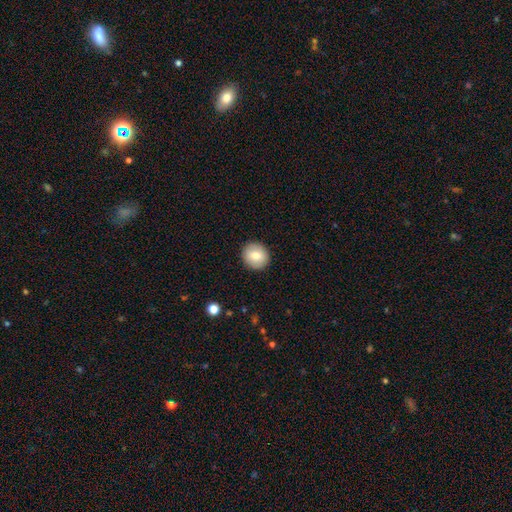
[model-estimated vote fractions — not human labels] Overall: smooth (79%). How rounded: round (88%). Merging: none (91%).